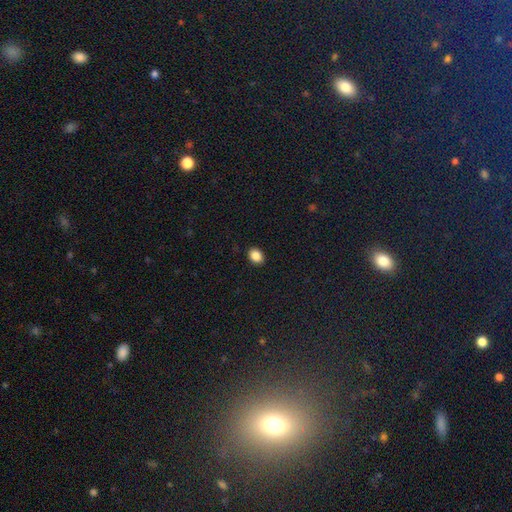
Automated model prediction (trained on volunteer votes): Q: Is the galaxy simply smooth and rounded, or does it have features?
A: smooth — 87%.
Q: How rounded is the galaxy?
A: in between — 66%.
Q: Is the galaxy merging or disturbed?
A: none — 90%.